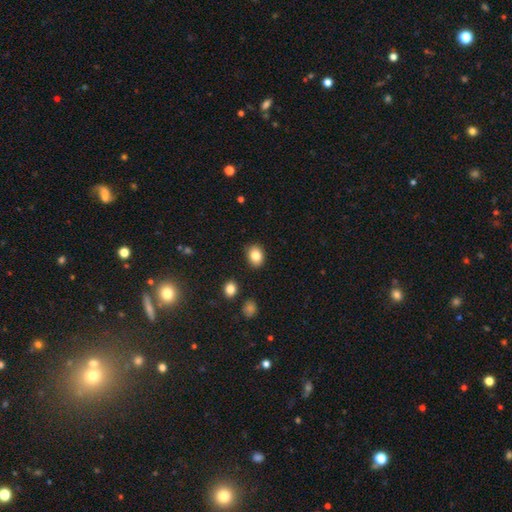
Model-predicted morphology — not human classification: Smooth or featured: smooth — 84% (star or artifact — 9%)
How rounded: in between — 61% (round — 38%)
Merging: none — 87% (minor disturbance — 9%)